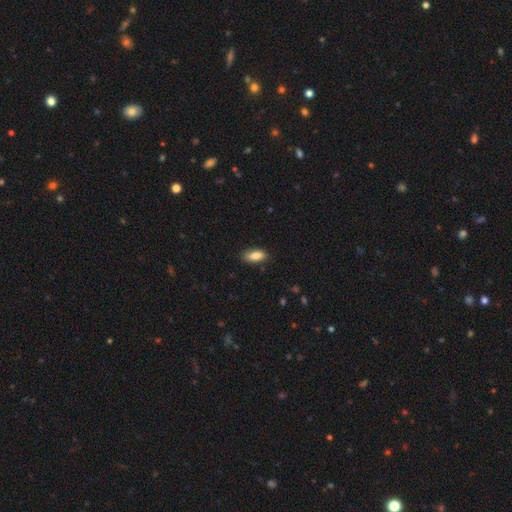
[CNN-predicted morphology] A smooth galaxy with no disk features (85%) that is in between round and cigar-shaped (84%).

Vote fractions:
- Smooth or featured? smooth: 85% / featured or disk: 8% / star or artifact: 7%
- How rounded? in between: 84% / cigar-shaped: 14% / round: 3%
- Merging? none: 82% / minor disturbance: 15% / major disturbance: 3% / merger: 1%